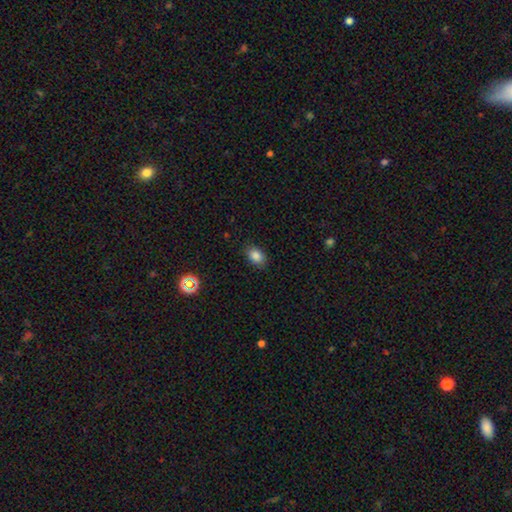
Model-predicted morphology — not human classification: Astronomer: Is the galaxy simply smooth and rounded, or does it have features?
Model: smooth — 84%.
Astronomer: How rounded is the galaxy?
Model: in between — 80%.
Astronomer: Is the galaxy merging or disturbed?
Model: none — 84%.